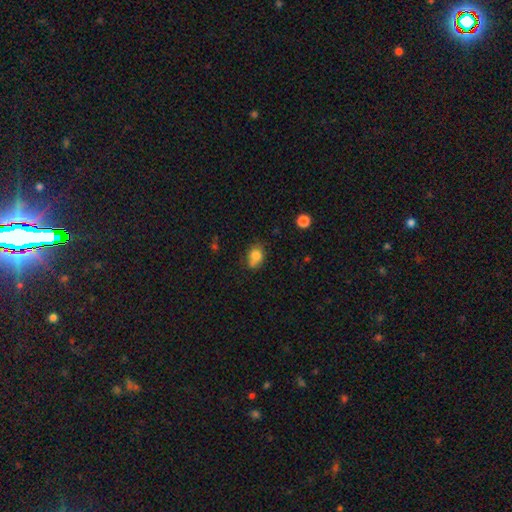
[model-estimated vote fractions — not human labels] Overall: smooth (79%). How rounded: in between (56%; round 43%). Merging: none (50%; minor disturbance 26%).